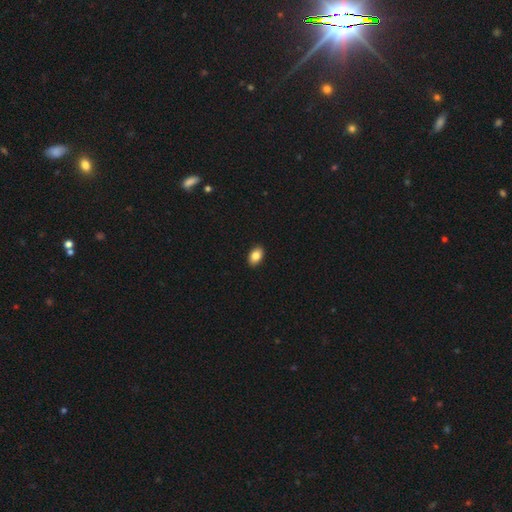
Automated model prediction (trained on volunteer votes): This is clearly a smooth galaxy (85%). How rounded: clearly in between (90%). Merging: clearly none (91%).